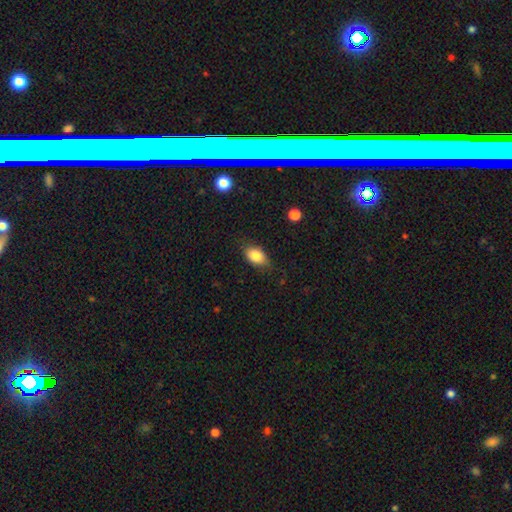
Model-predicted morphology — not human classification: Smooth or featured? smooth (84%)
How rounded? in between (86%)
Merging? none (78%)